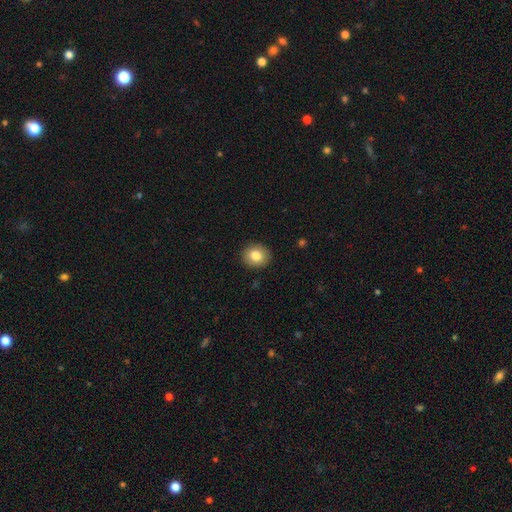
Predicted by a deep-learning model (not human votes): A smooth galaxy with no disk features (82%) that is round (73%).

Vote fractions:
- Smooth or featured? smooth: 82% / featured or disk: 9% / star or artifact: 9%
- How rounded? round: 73% / in between: 26% / cigar-shaped: 1%
- Merging? none: 91% / minor disturbance: 7% / major disturbance: 2% / merger: 1%